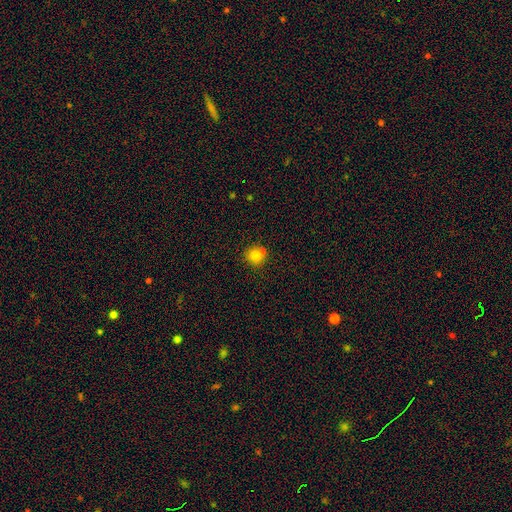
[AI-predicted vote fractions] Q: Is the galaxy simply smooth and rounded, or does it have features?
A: smooth — 79%.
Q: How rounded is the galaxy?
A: round — 90%.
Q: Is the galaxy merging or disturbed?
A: none — 69%.